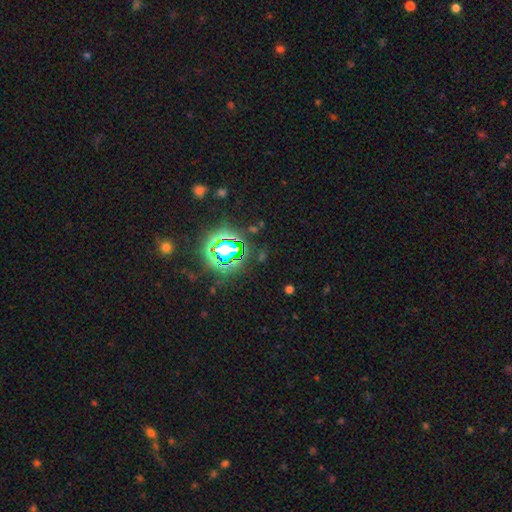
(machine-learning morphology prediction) smooth-or-featured: star or artifact: 81% | smooth: 12% | featured or disk: 7%